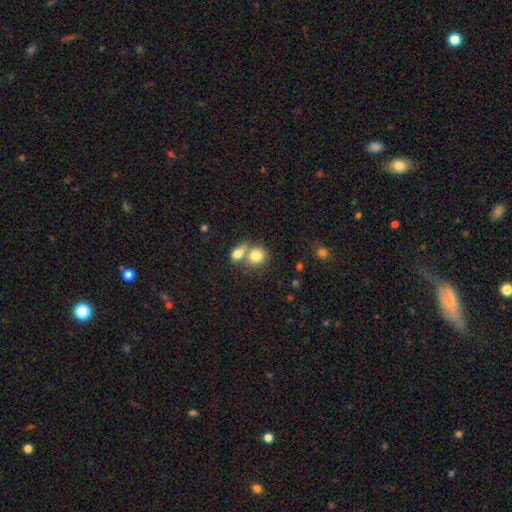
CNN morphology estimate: Smooth or featured: smooth — 80% (featured or disk — 11%)
How rounded: round — 70% (in between — 29%)
Merging: merger — 52% (none — 36%)